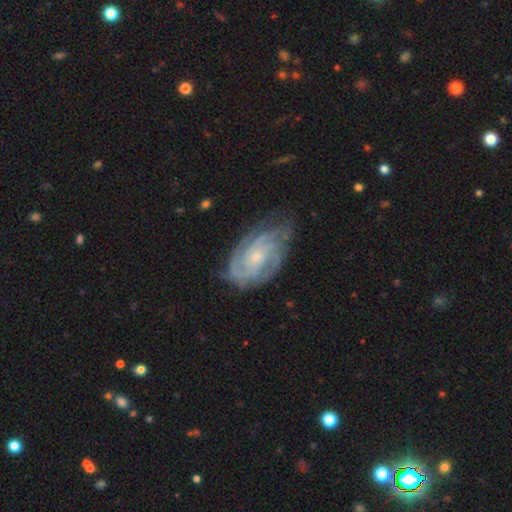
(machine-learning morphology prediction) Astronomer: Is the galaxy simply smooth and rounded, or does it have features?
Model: featured or disk — 85%.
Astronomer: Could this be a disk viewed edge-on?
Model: no — 97%.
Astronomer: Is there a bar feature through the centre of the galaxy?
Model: no — 68%.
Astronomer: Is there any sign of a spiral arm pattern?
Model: yes — 97%.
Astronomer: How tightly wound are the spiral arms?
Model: tight — 67%.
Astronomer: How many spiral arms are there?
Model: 3 — 28% (runner-up: 2, 25%).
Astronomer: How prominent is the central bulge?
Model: small — 64%.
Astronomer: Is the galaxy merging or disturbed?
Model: none — 70%.